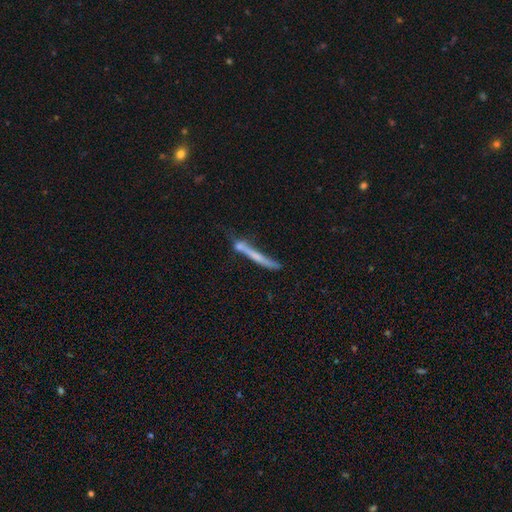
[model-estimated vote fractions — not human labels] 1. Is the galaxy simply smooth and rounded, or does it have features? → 47% featured or disk, 44% smooth, 9% star or artifact.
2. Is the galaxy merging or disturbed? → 47% none, 22% merger, 19% minor disturbance, 12% major disturbance.